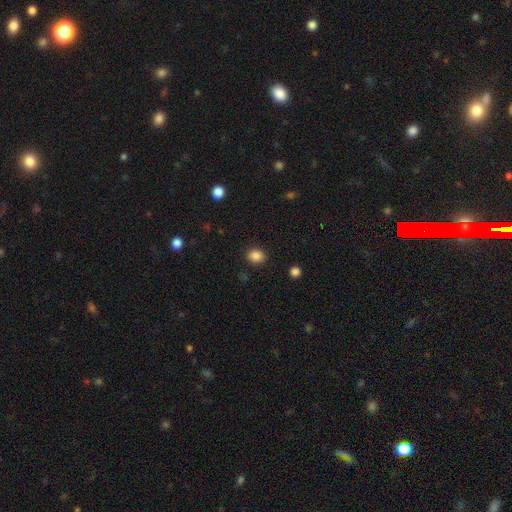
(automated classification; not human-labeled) A smooth galaxy with no disk features (86%) that is round (65%). Merging: none (89%).